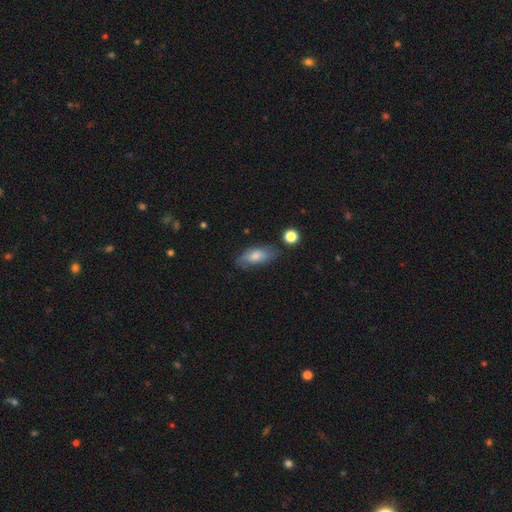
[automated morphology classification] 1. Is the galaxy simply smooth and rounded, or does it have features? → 70% smooth, 22% featured or disk, 8% star or artifact.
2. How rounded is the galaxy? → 81% in between, 15% cigar-shaped, 4% round.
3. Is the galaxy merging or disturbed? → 71% none, 21% minor disturbance, 5% major disturbance, 3% merger.